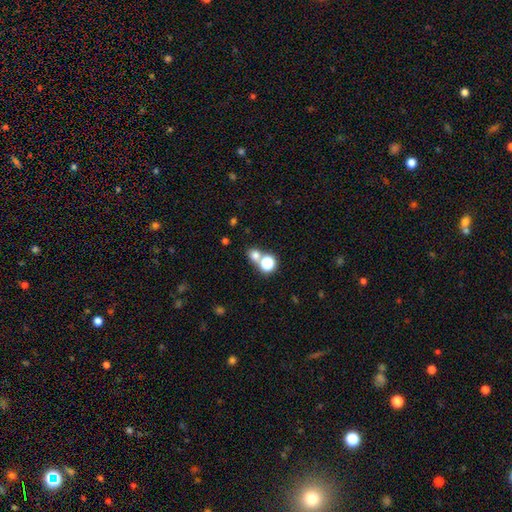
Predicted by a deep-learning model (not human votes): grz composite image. It shows a smooth galaxy with no disk features (68%) that is round (76%). Merging: none (54%).